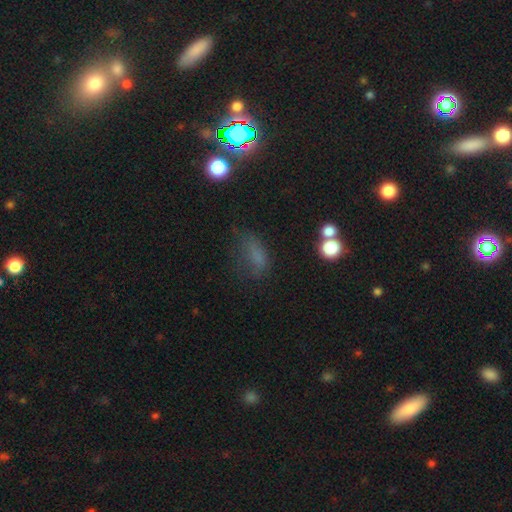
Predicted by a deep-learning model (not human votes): A smooth galaxy with no disk features (63%) that is in between round and cigar-shaped (76%). Merging: none (42%).